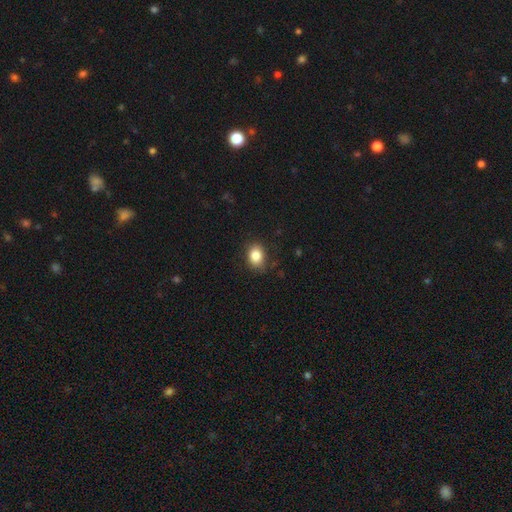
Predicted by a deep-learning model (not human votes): A smooth galaxy with no disk features (85%) that is in between round and cigar-shaped (60%). Merging: none (82%).